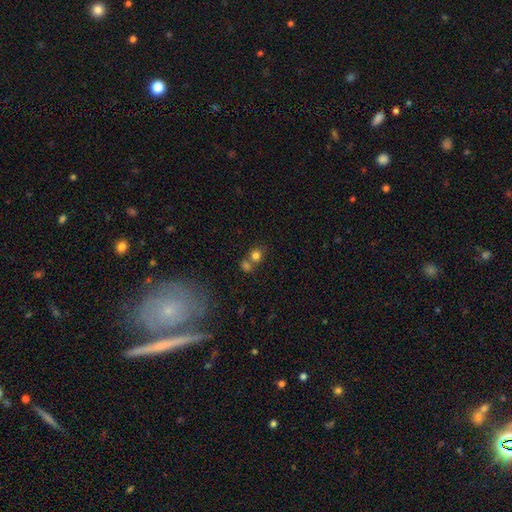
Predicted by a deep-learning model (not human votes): This is likely a smooth galaxy (78%). How rounded: likely round (80%). Merging: possibly none (48%).